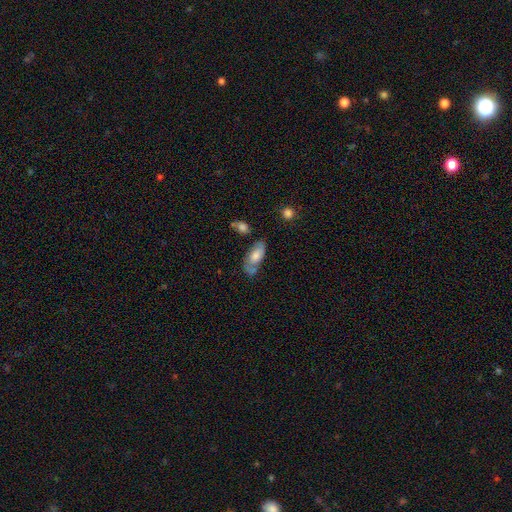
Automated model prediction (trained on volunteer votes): smooth 55%, featured or disk 38%, star or artifact 7%. Down the decision tree: how rounded — in between (85%); merging — none (55%).